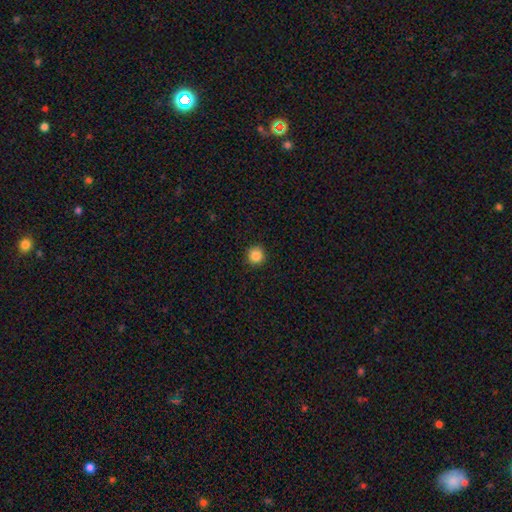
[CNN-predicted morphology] A smooth galaxy with no disk features (86%) that is round (94%).

Vote fractions:
- Smooth or featured? smooth: 86% / star or artifact: 11% / featured or disk: 4%
- How rounded? round: 94% / in between: 5% / cigar-shaped: 1%
- Merging? none: 92% / minor disturbance: 5% / major disturbance: 2% / merger: 1%